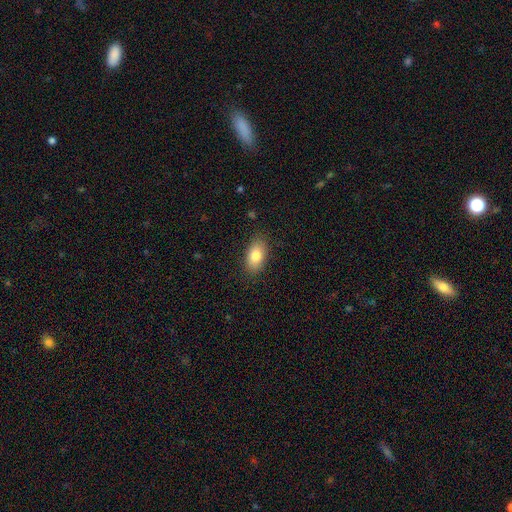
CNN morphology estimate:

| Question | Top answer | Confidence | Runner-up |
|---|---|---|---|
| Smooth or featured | smooth | 81% | featured or disk (11%) |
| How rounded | in between | 91% | round (6%) |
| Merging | none | 85% | minor disturbance (11%) |